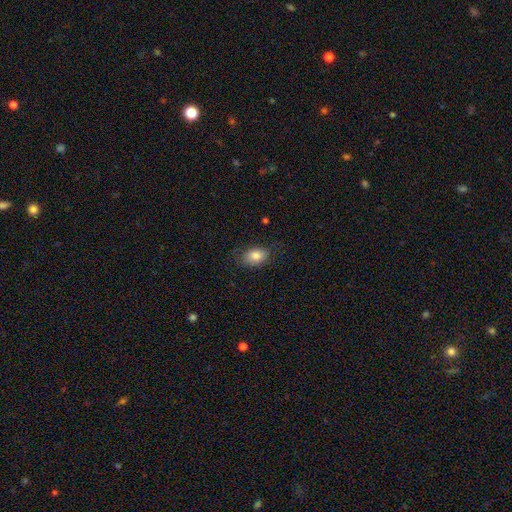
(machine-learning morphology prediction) Q: Smooth or featured?
A: smooth (81%); runner-up: featured or disk (11%)
Q: How rounded?
A: in between (84%); runner-up: round (14%)
Q: Merging?
A: none (75%); runner-up: minor disturbance (18%)